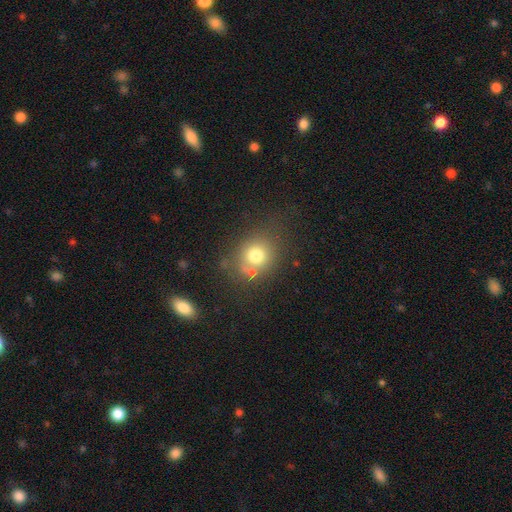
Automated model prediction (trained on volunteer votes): A smooth galaxy with no disk features (74%) that is round (78%).

Vote fractions:
- Smooth or featured? smooth: 74% / star or artifact: 14% / featured or disk: 13%
- How rounded? round: 78% / in between: 22% / cigar-shaped: 1%
- Merging? none: 63% / minor disturbance: 16% / merger: 13% / major disturbance: 8%